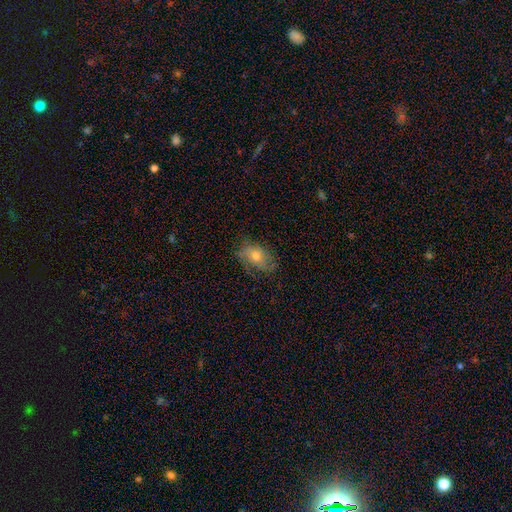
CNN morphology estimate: A featured or disk galaxy (48%). Merging: none (66%).